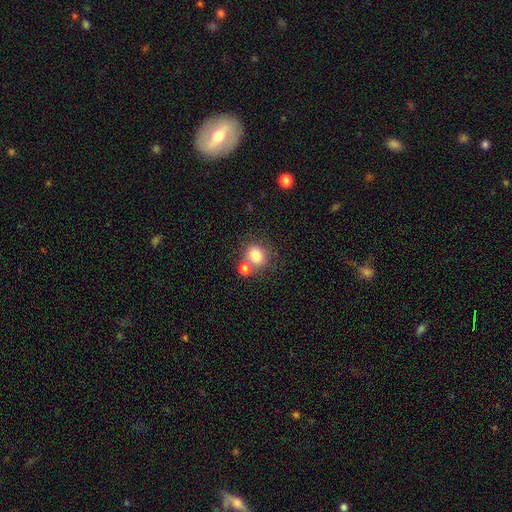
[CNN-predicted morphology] smooth-or-featured: smooth: 80% | star or artifact: 11% | featured or disk: 9%
  how-rounded: round: 77% | in between: 22% | cigar-shaped: 1%
  merging: none: 60% | merger: 27% | minor disturbance: 10% | major disturbance: 4%